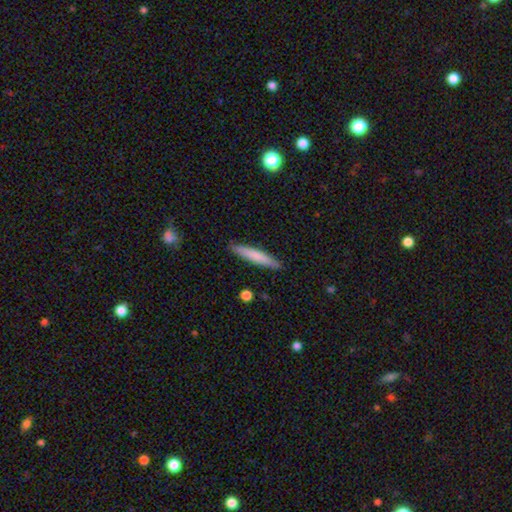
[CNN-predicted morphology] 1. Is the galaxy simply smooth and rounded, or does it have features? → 73% smooth, 21% featured or disk, 6% star or artifact.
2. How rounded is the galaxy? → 93% cigar-shaped, 6% in between, 1% round.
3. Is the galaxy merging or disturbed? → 90% none, 8% minor disturbance, 2% major disturbance, 1% merger.